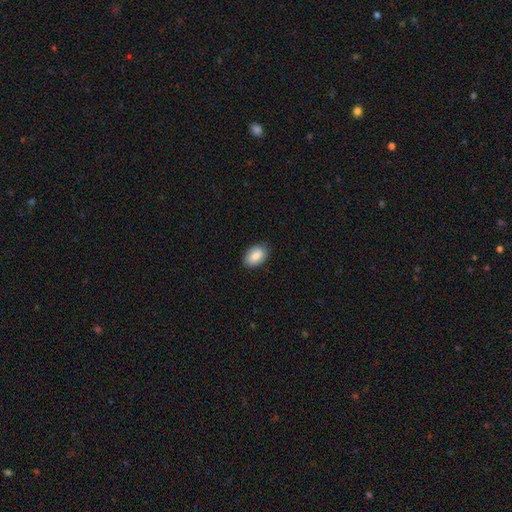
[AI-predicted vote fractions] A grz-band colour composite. It shows a smooth galaxy with no disk features (78%) that is in between round and cigar-shaped (88%). Merging: none (84%).